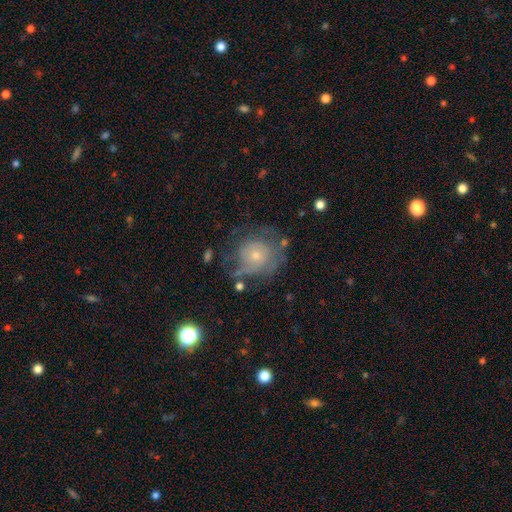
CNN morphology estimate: smooth-or-featured: featured or disk: 55% | smooth: 35% | star or artifact: 9%
  disk-edge-on: no: 97% | yes: 3%
    bar: no: 85% | weak: 13% | strong: 2%
    has-spiral-arms: yes: 62% | no: 38%
    bulge-size: small: 61% | moderate: 33% | large: 3% | none: 2% | dominant: 1%
  merging: none: 48% | major disturbance: 24% | minor disturbance: 24% | merger: 4%